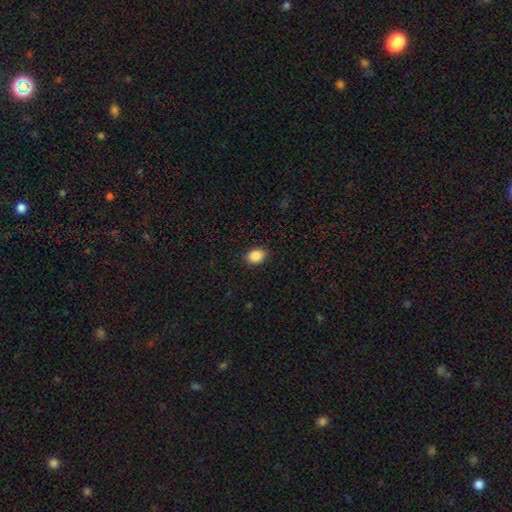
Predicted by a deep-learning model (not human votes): A smooth galaxy with no disk features (89%) that is in between round and cigar-shaped (66%).

Vote fractions:
- Smooth or featured? smooth: 89% / star or artifact: 8% / featured or disk: 3%
- How rounded? in between: 66% / round: 33% / cigar-shaped: 1%
- Merging? none: 89% / minor disturbance: 8% / major disturbance: 2% / merger: 1%